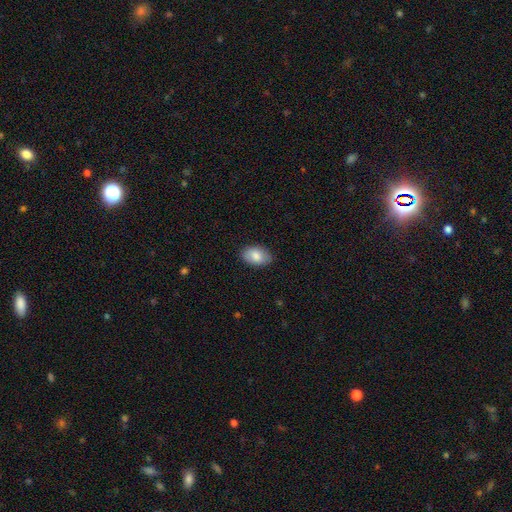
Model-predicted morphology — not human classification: A smooth galaxy with no disk features (84%) that is in between round and cigar-shaped (90%). Merging: none (86%).